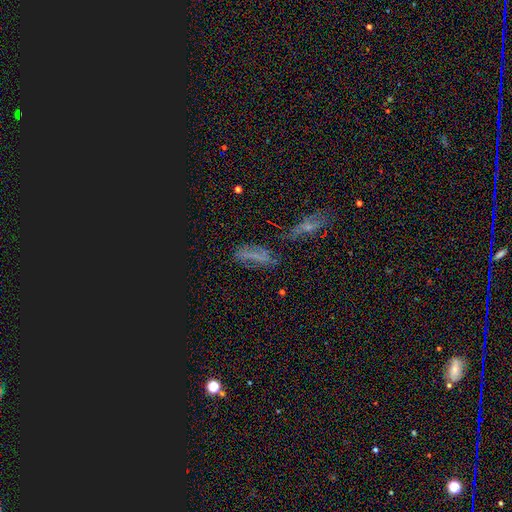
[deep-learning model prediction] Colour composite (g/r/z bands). It shows a star or artifact, not a galaxy (42%).